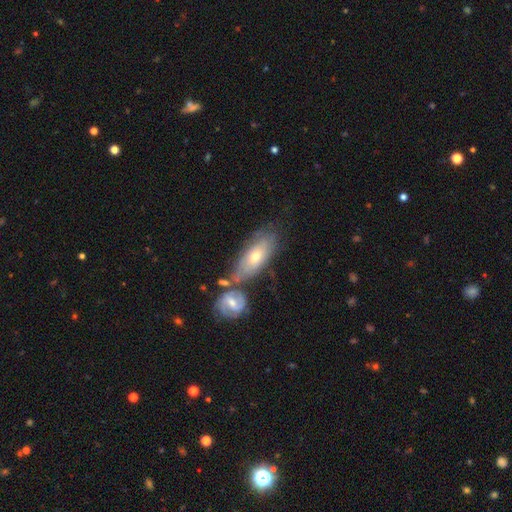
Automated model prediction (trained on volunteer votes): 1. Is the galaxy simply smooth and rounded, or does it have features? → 50% featured or disk, 42% smooth, 7% star or artifact.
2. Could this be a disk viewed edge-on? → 79% no, 21% yes.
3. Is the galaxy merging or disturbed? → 45% none, 31% merger, 17% minor disturbance, 6% major disturbance.